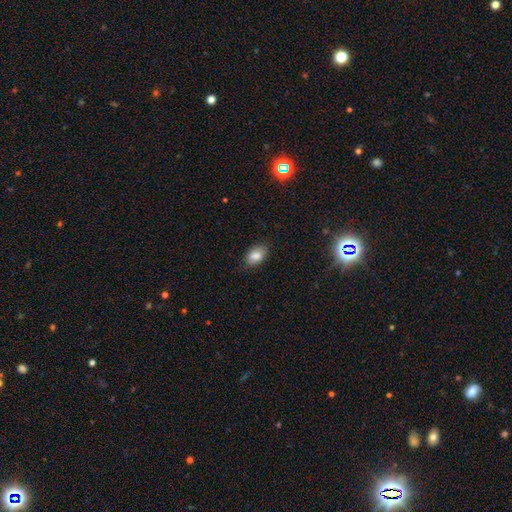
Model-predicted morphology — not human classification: Overall: smooth (84%). How rounded: in between (88%). Merging: none (80%).